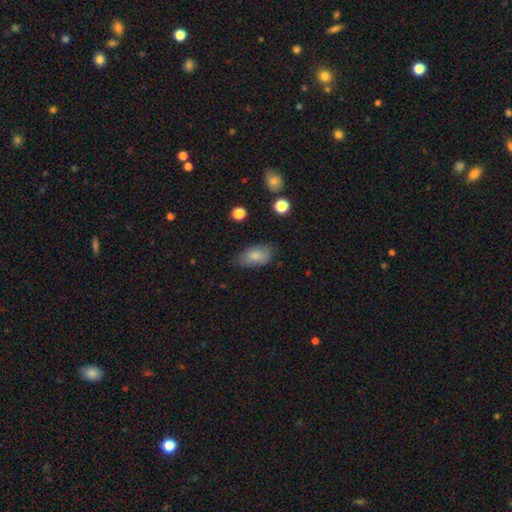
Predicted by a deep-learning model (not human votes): The model was most divided on "merging": none: 68%, minor disturbance: 25%, major disturbance: 6%, merger: 2%. More confident: how rounded — in between (92%); smooth or featured — smooth (80%).